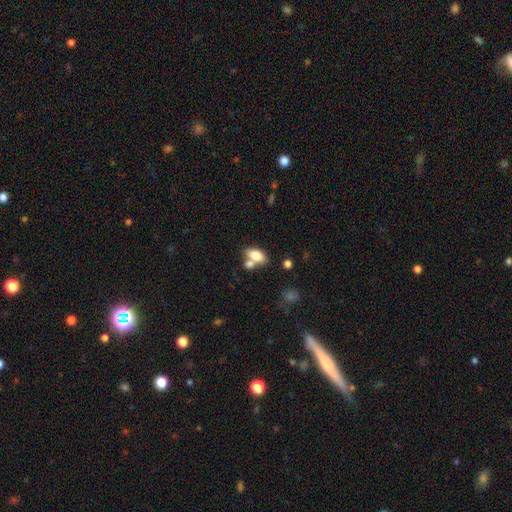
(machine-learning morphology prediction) A smooth galaxy with no disk features (75%) that is in between round and cigar-shaped (87%). Merging: none (48%).